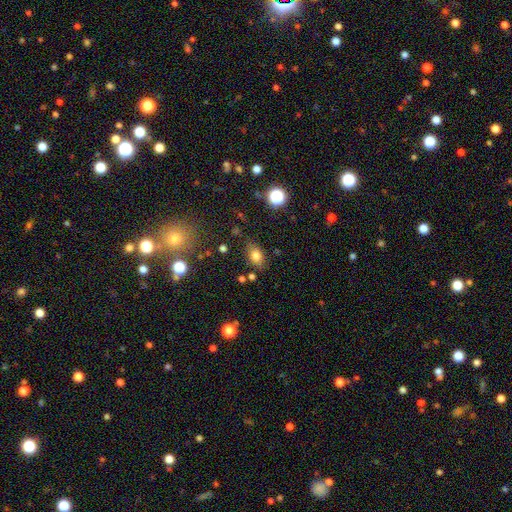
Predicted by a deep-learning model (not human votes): Morphology: type=smooth (78%); roundness=in between (78%); merging=none (80%).